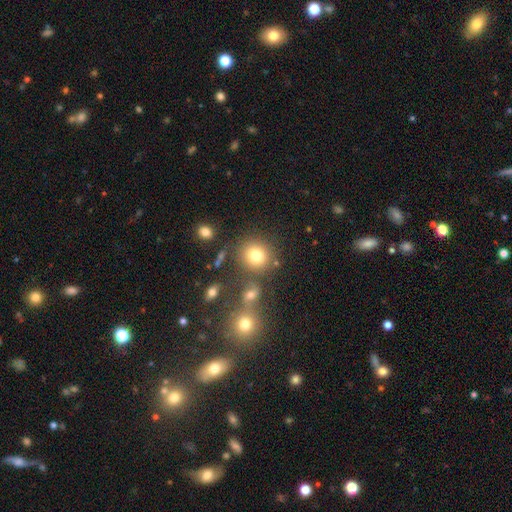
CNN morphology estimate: This appears to be a smooth galaxy with no disk features (79%) that is round (86%). Merging: none (74%).